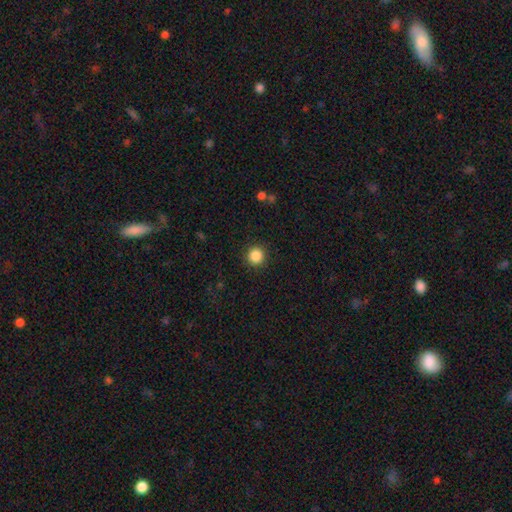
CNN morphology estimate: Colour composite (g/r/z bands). It shows a smooth galaxy with no disk features (86%) that is round (95%). Merging: none (92%).